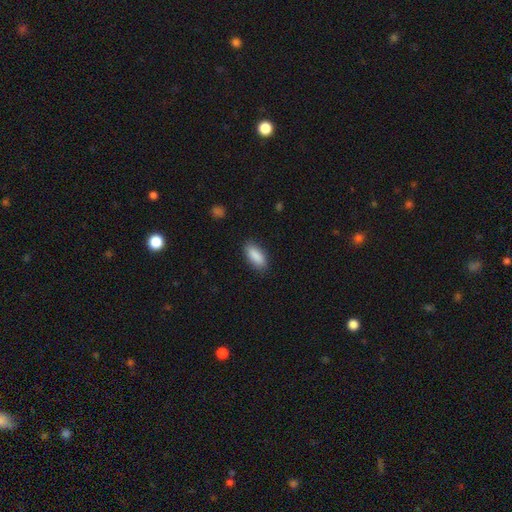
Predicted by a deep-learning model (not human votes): smooth-or-featured: smooth: 89% | star or artifact: 6% | featured or disk: 5%
  how-rounded: in between: 82% | cigar-shaped: 16% | round: 2%
  merging: none: 86% | minor disturbance: 11% | major disturbance: 2% | merger: 1%